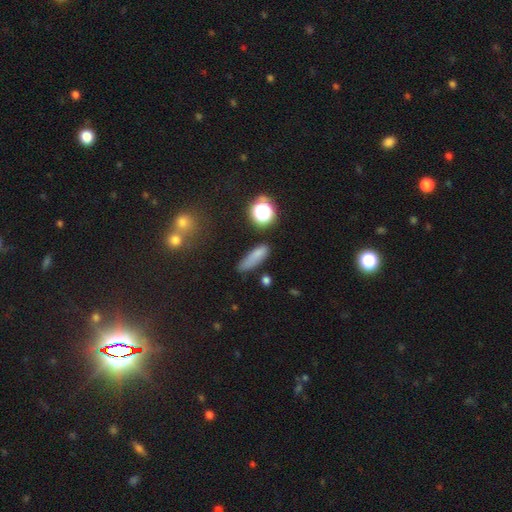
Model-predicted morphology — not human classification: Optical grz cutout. It shows a smooth galaxy with no disk features (74%) that is cigar-shaped (59%). Merging: none (67%).